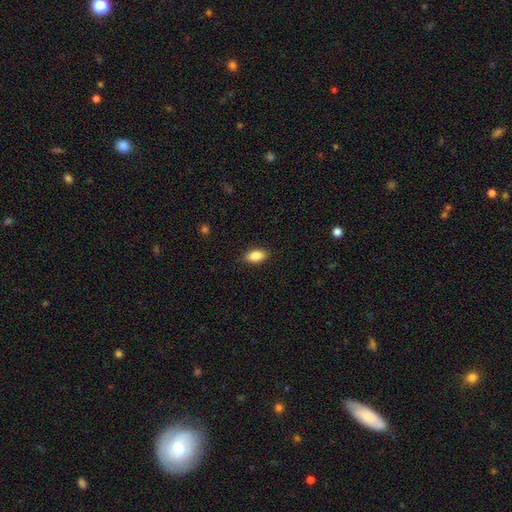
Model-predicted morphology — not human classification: Smooth or featured? smooth (86%)
How rounded? in between (91%)
Merging? none (88%)